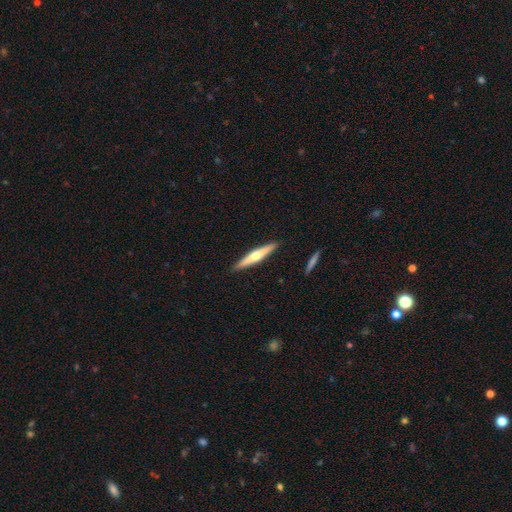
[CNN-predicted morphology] Smooth or featured: featured or disk — 56% (smooth — 39%)
Edge-on disk: yes — 96% (no — 4%)
Edge-on bulge: rounded — 89% (none — 8%)
Merging: none — 91% (minor disturbance — 6%)